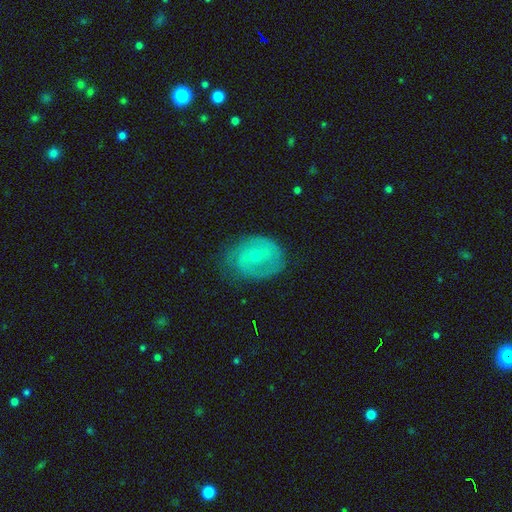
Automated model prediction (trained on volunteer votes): Smooth or featured? featured or disk (63%)
Edge-on disk? no (96%)
Bar? no (53%)
Spiral arms? yes (70%)
Bulge size? small (71%)
Merging? none (62%)